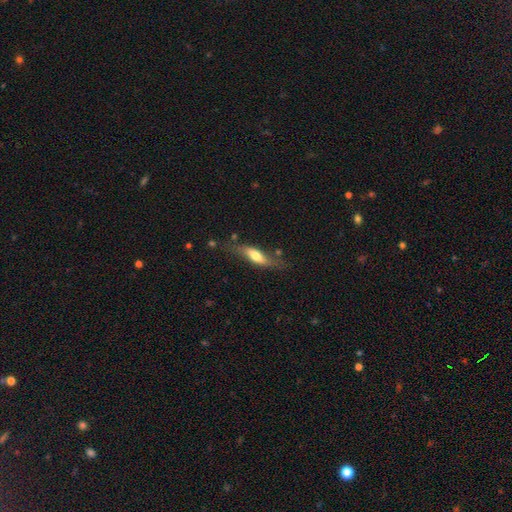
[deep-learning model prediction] Overall: smooth (53%; featured or disk 41%). How rounded: cigar-shaped (56%; in between 41%). Merging: none (61%; minor disturbance 24%).